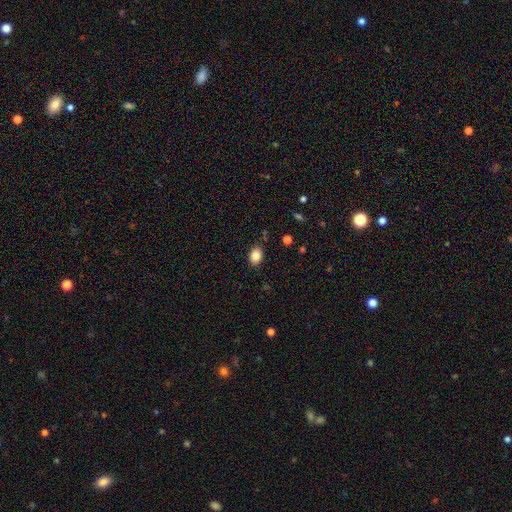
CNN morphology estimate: This appears to be a smooth galaxy with no disk features (85%) that is in between round and cigar-shaped (79%). Merging: none (84%).